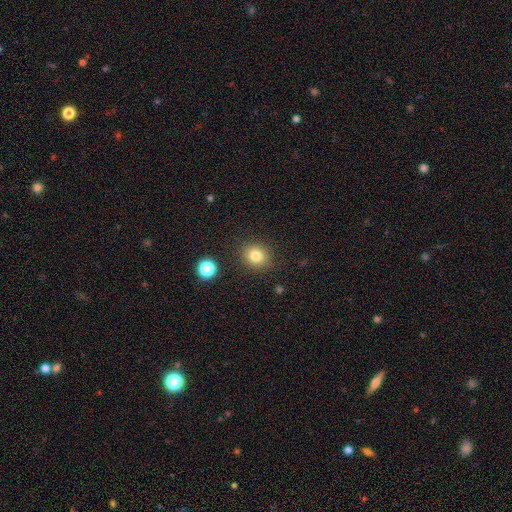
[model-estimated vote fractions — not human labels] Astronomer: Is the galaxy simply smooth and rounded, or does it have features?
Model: smooth — 80%.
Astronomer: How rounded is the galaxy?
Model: round — 72%.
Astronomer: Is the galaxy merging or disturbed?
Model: none — 87%.